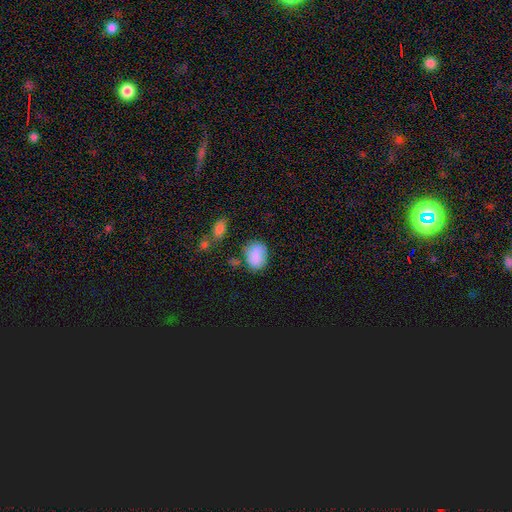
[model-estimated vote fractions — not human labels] Smooth or featured?
  - smooth: 84% *
  - star or artifact: 9%
  - featured or disk: 7%
How rounded?
  - in between: 68% *
  - round: 30%
  - cigar-shaped: 1%
Merging?
  - none: 61% *
  - minor disturbance: 24%
  - major disturbance: 8%
  - merger: 7%